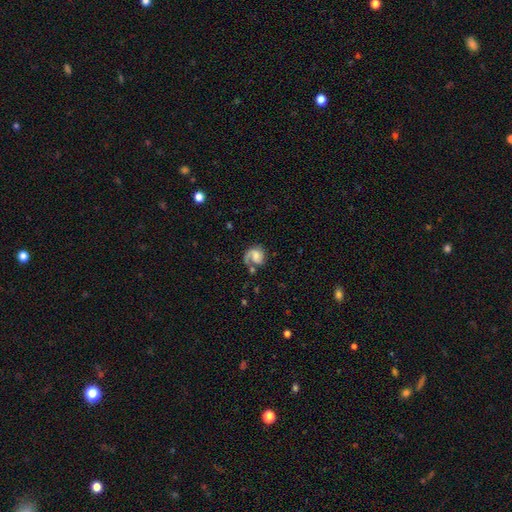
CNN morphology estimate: featured or disk 69%, smooth 23%, star or artifact 8%. Down the decision tree: edge-on disk — no (98%); bar — no (55%); spiral arms — yes (92%); spiral arm count — 1 (67%); spiral winding — medium (40%); bulge size — small (30%); merging — none (48%).